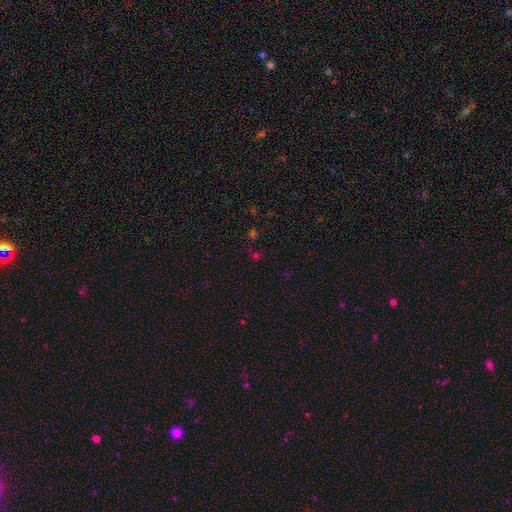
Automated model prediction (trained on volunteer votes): Smooth or featured?
  - star or artifact: 50% *
  - smooth: 43%
  - featured or disk: 7%